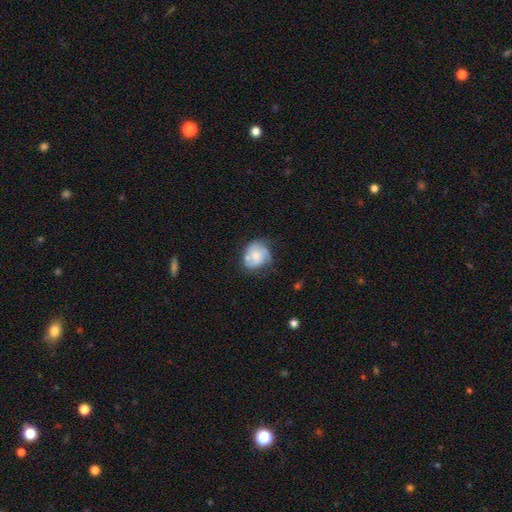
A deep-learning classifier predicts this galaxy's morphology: This appears to be a smooth galaxy with no disk features (47%). Merging: none (50%).